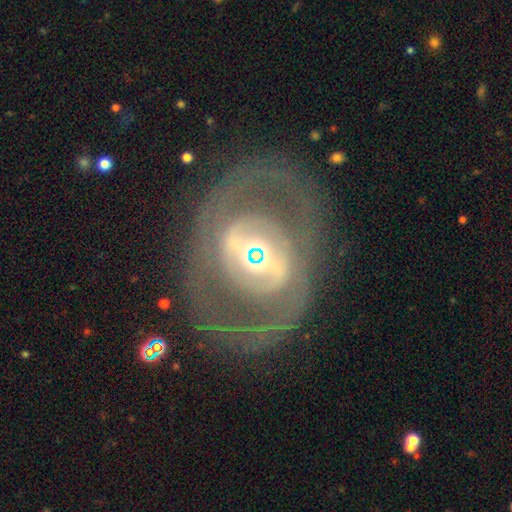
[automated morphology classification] Q: Smooth or featured?
A: featured or disk (82%); runner-up: smooth (12%)
Q: Edge-on disk?
A: no (94%); runner-up: yes (6%)
Q: Bar?
A: weak (35%); runner-up: strong (34%)
Q: Spiral arms?
A: yes (69%); runner-up: no (31%)
Q: Spiral winding?
A: tight (48%); runner-up: medium (36%)
Q: Spiral arm count?
A: 2 (62%); runner-up: can't tell (23%)
Q: Bulge size?
A: small (45%); runner-up: moderate (33%)
Q: Merging?
A: none (74%); runner-up: minor disturbance (12%)